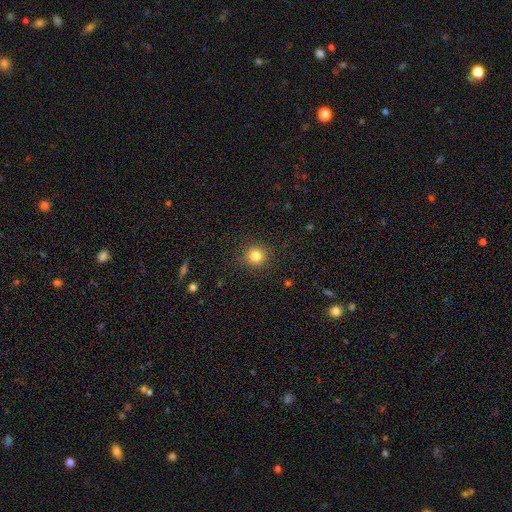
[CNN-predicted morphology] Smooth or featured? Predicted: smooth (p=0.82). How rounded? Predicted: round (p=0.93). Merging? Predicted: none (p=0.89).